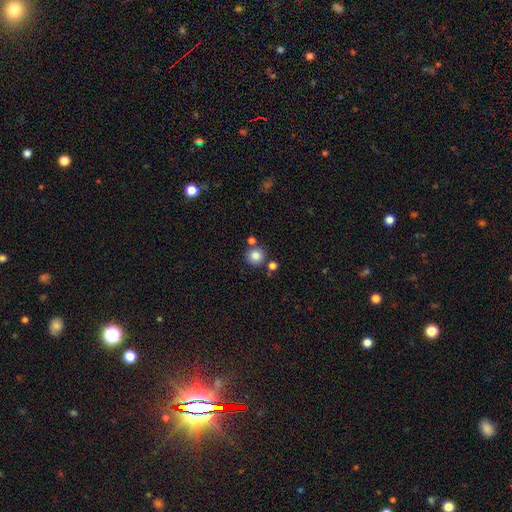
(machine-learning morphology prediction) This appears to be a smooth galaxy with no disk features (83%) that is round (93%). Merging: none (75%).